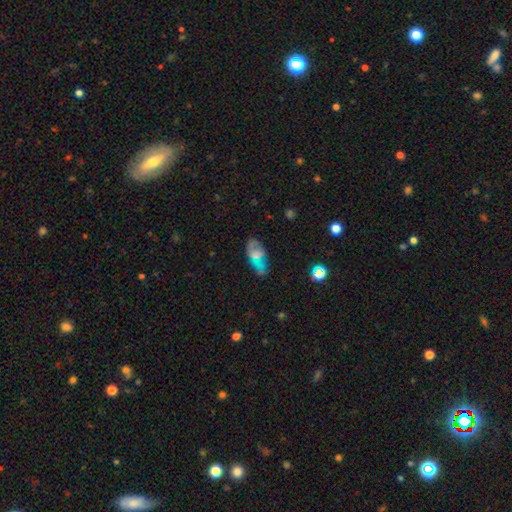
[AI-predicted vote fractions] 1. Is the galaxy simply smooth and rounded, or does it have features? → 48% smooth, 39% featured or disk, 13% star or artifact.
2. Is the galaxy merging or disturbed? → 58% none, 26% minor disturbance, 12% major disturbance, 5% merger.